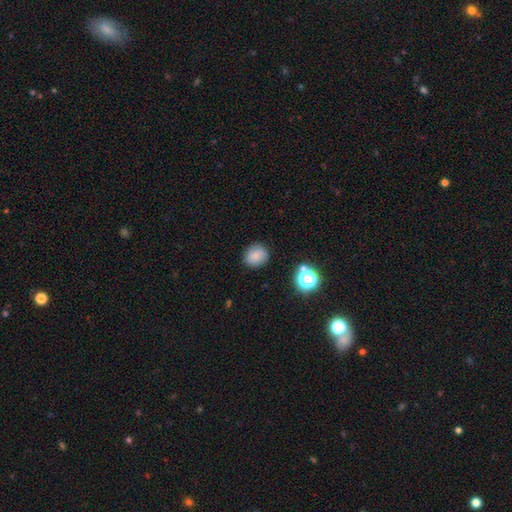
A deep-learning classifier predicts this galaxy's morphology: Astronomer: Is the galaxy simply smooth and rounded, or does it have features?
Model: smooth — 79%.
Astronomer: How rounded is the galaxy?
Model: round — 69%.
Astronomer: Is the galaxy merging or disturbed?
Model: none — 82%.